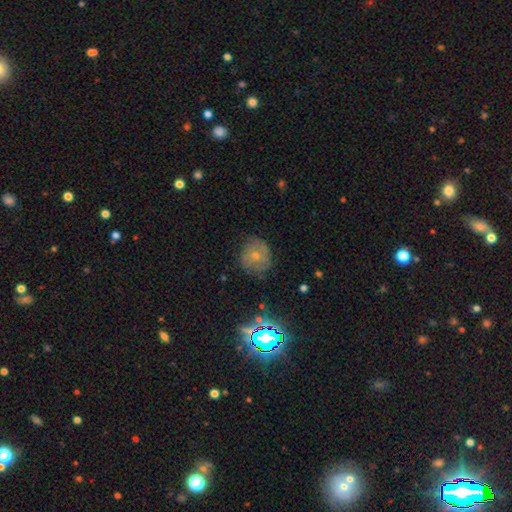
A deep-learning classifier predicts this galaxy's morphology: A smooth galaxy with no disk features (51%) that is round (80%).

Vote fractions:
- Smooth or featured? smooth: 51% / featured or disk: 33% / star or artifact: 16%
- How rounded? round: 80% / in between: 19% / cigar-shaped: 1%
- Merging? none: 67% / minor disturbance: 23% / major disturbance: 8% / merger: 2%